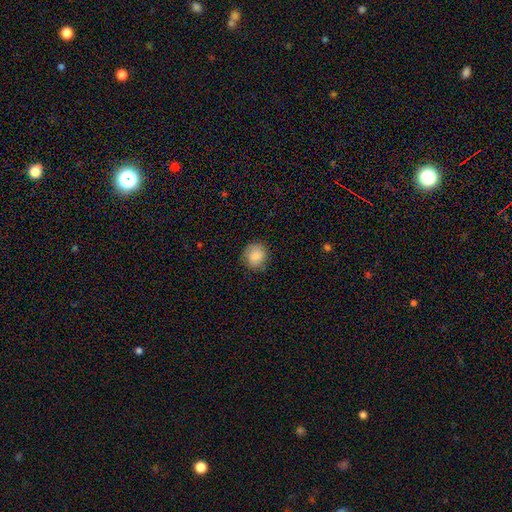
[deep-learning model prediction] smooth-or-featured: smooth: 85% | star or artifact: 8% | featured or disk: 8%
  how-rounded: round: 87% | in between: 12% | cigar-shaped: 1%
  merging: none: 81% | minor disturbance: 15% | major disturbance: 4% | merger: 1%